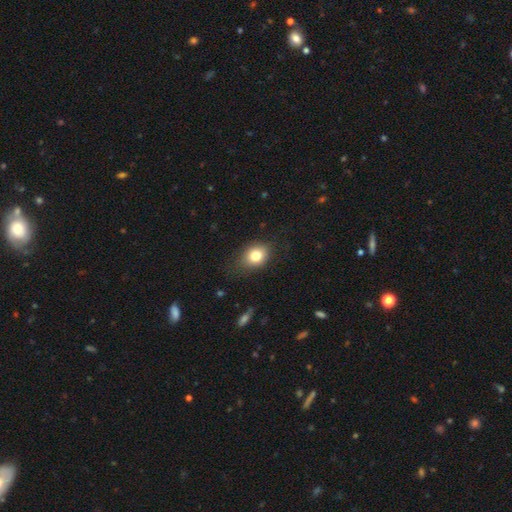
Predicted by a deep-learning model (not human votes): smooth_or_featured: smooth (p=0.79) [alt: featured or disk p=0.11]
how_rounded: in between (p=0.50) [alt: round p=0.49]
merging: none (p=0.76) [alt: minor disturbance p=0.18]